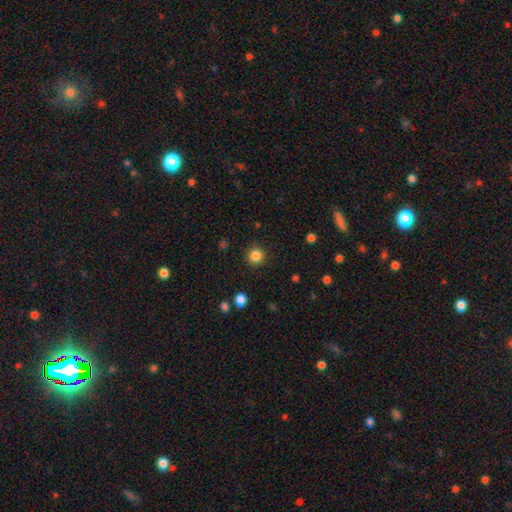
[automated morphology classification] Overall: smooth (85%). How rounded: round (94%). Merging: none (91%).